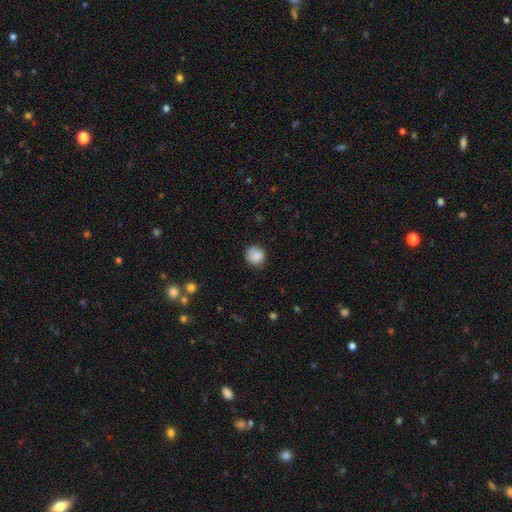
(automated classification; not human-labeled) Smooth or featured? smooth (84%)
How rounded? round (87%)
Merging? none (76%)